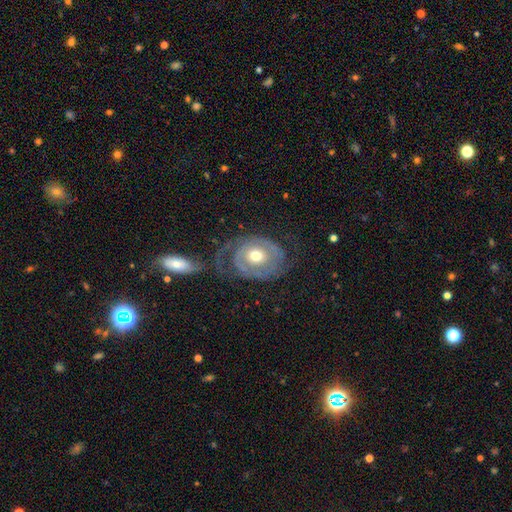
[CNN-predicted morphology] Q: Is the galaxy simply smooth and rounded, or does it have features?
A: featured or disk — 75%.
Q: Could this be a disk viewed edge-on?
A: no — 96%.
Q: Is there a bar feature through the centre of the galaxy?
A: no — 79%.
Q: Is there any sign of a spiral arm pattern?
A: yes — 78%.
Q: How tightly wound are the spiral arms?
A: tight — 55%.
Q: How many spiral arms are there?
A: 2 — 48%.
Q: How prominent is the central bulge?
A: moderate — 71%.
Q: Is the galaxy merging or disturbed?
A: none — 50%.